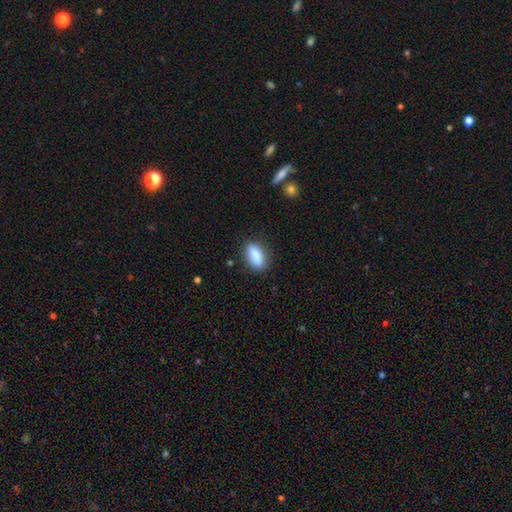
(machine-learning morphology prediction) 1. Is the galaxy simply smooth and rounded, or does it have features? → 85% smooth, 8% featured or disk, 7% star or artifact.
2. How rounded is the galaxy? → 81% in between, 14% cigar-shaped, 5% round.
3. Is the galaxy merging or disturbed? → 83% none, 12% minor disturbance, 3% major disturbance, 2% merger.